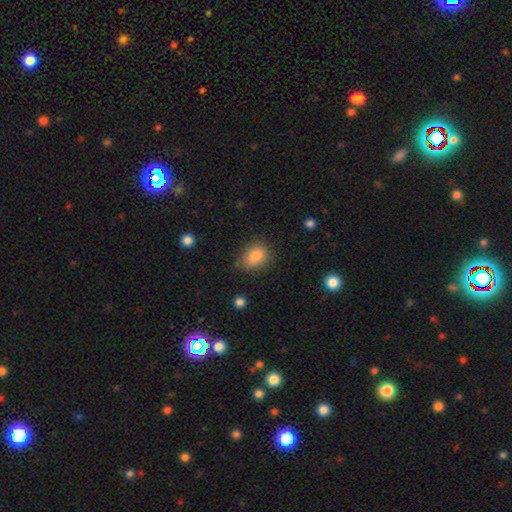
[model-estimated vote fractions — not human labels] The model was most divided on "how rounded": in between: 69%, round: 30%, cigar-shaped: 1%. More confident: smooth or featured — smooth (85%); merging — none (74%).